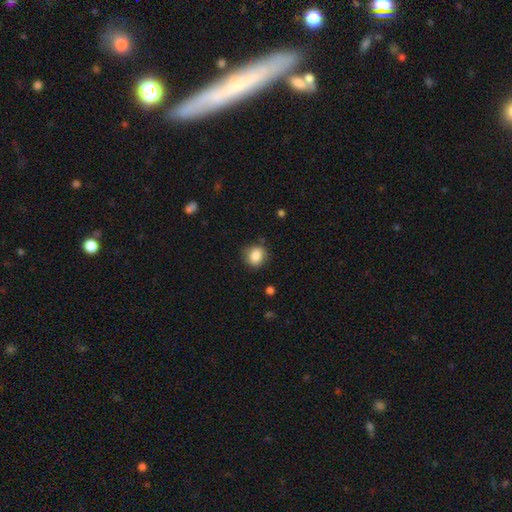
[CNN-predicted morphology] Overall: smooth (86%). How rounded: round (73%). Merging: none (81%).